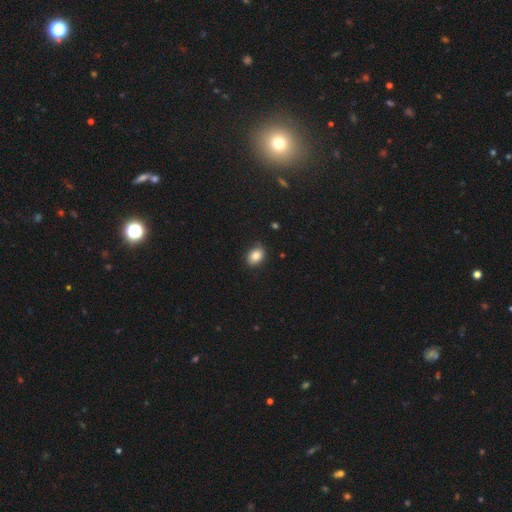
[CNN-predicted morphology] Q: Smooth or featured?
A: smooth (84%); runner-up: star or artifact (9%)
Q: How rounded?
A: in between (71%); runner-up: round (28%)
Q: Merging?
A: none (82%); runner-up: minor disturbance (14%)